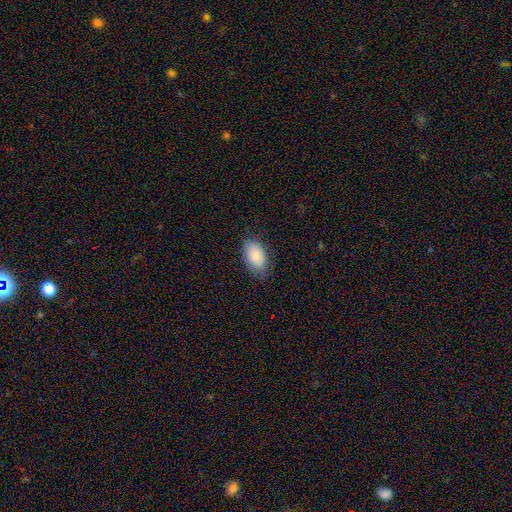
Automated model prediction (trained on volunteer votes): This appears to be a smooth galaxy with no disk features (83%) that is in between round and cigar-shaped (92%). Merging: none (78%).